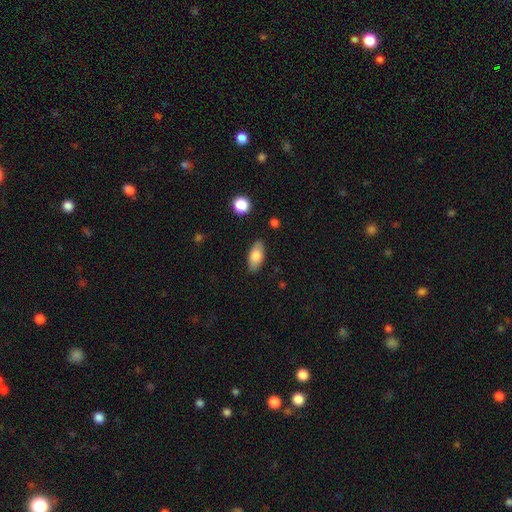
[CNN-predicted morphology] The model was most divided on "smooth or featured": smooth: 78%, featured or disk: 15%, star or artifact: 7%. More confident: how rounded — in between (90%); merging — none (84%).